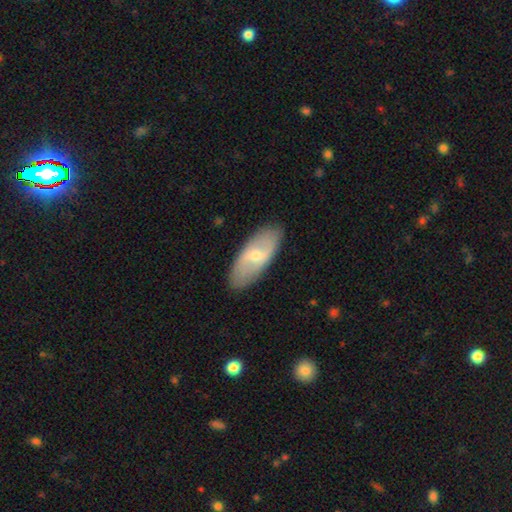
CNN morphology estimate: The model was most divided on "smooth or featured": featured or disk: 49%, smooth: 45%, star or artifact: 5%. More confident: merging — none (87%).